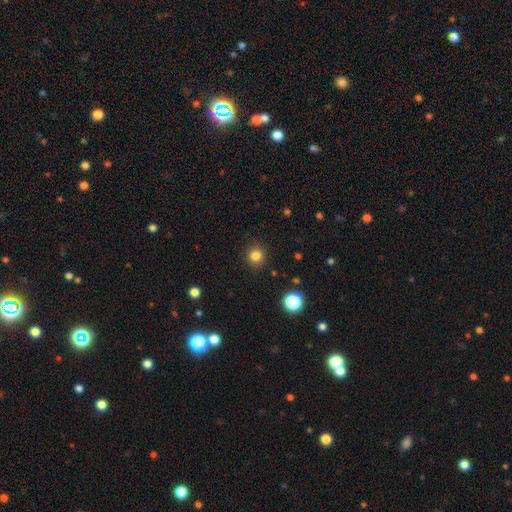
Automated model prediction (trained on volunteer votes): Smooth or featured? smooth (82%)
How rounded? round (91%)
Merging? none (90%)